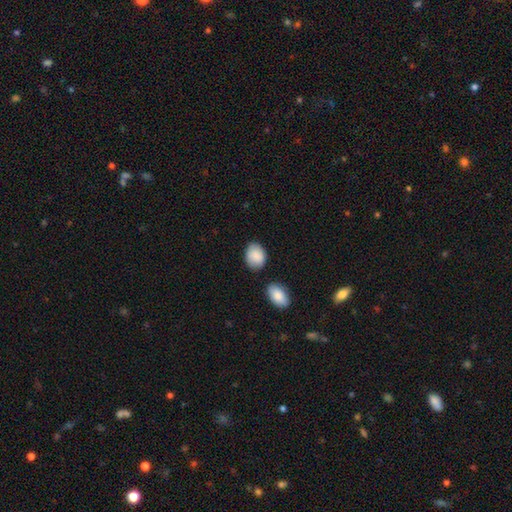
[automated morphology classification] Overall: smooth (88%). How rounded: in between (69%; round 30%). Merging: none (72%).